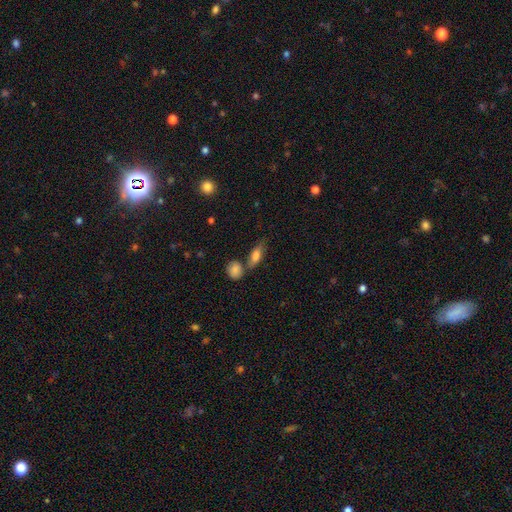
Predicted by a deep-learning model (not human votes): This is likely a smooth galaxy (75%). How rounded: likely in between (70%). Merging: possibly none (60%).